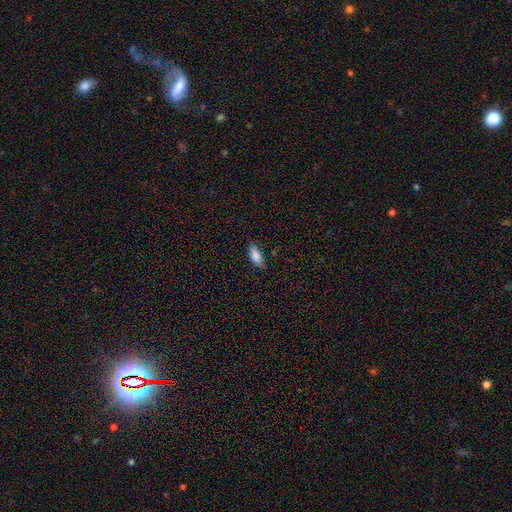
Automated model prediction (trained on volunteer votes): The model was most divided on "merging": none: 78%, minor disturbance: 18%, major disturbance: 3%, merger: 1%. More confident: how rounded — in between (87%); smooth or featured — smooth (84%).